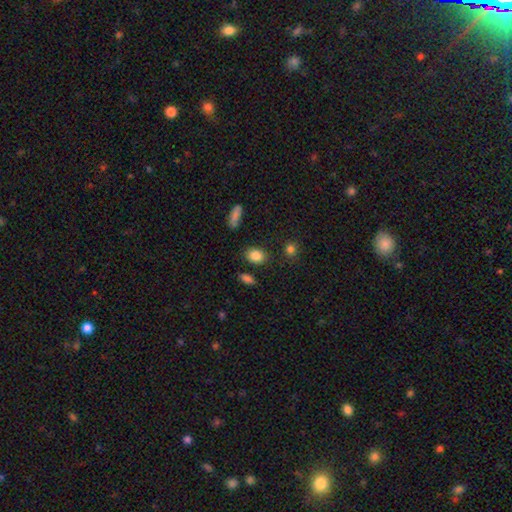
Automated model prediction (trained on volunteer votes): smooth 86%, star or artifact 9%, featured or disk 5%. Down the decision tree: how rounded — in between (69%); merging — none (83%).